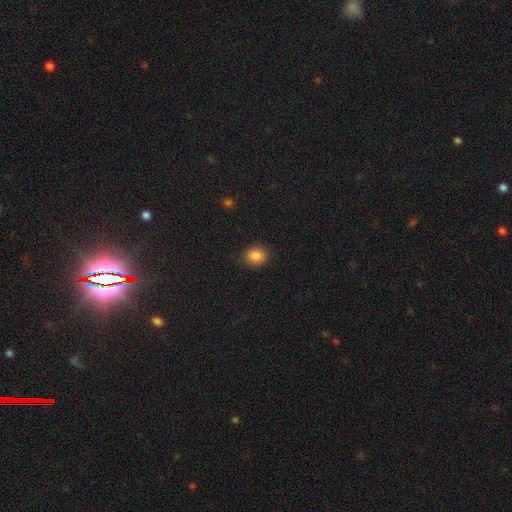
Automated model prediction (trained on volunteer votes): The model was most divided on "how rounded": round: 58%, in between: 41%, cigar-shaped: 1%. More confident: merging — none (87%); smooth or featured — smooth (86%).